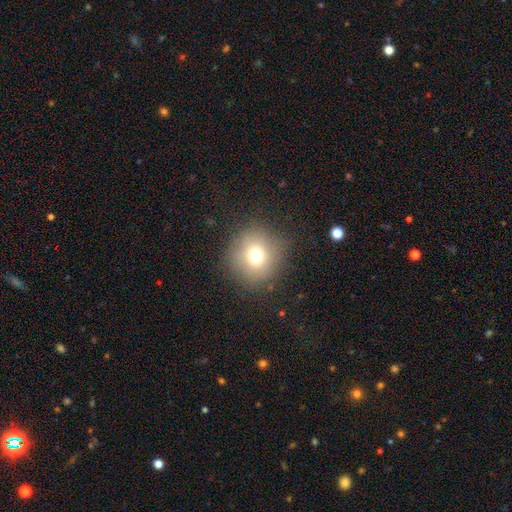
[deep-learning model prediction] Q: Smooth or featured?
A: smooth (72%); runner-up: star or artifact (15%)
Q: How rounded?
A: round (92%); runner-up: in between (7%)
Q: Merging?
A: none (86%); runner-up: minor disturbance (9%)